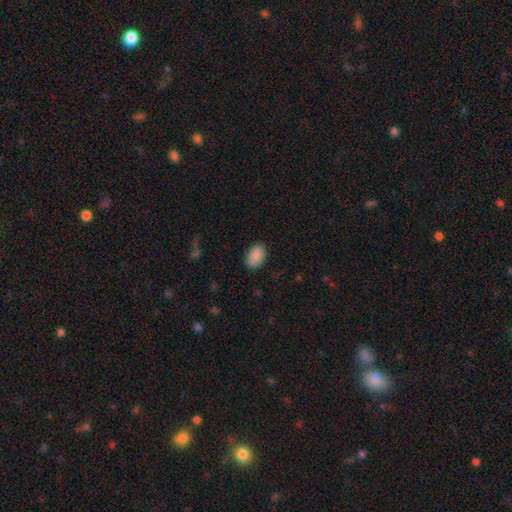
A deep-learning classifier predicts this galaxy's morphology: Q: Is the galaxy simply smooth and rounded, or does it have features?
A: smooth — 88%.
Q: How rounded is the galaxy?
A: in between — 87%.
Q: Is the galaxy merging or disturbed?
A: none — 79%.